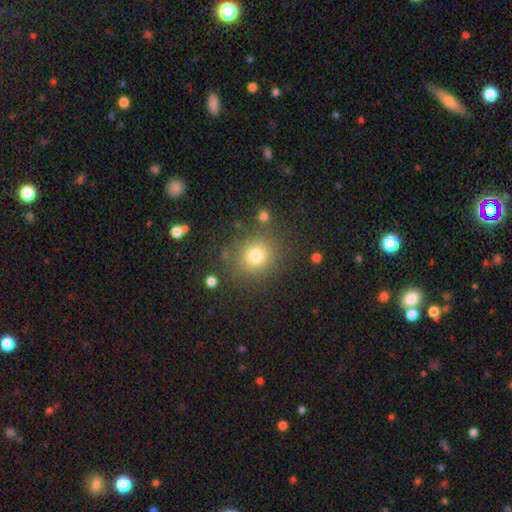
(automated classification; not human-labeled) smooth-or-featured: smooth: 77% | star or artifact: 14% | featured or disk: 9%
  how-rounded: round: 82% | in between: 17% | cigar-shaped: 1%
  merging: none: 81% | minor disturbance: 10% | major disturbance: 5% | merger: 4%